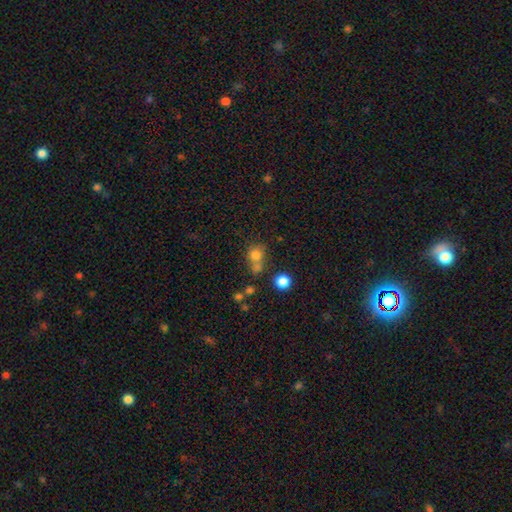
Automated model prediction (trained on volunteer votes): The model was most divided on "merging": none: 47%, merger: 37%, minor disturbance: 11%, major disturbance: 6%. More confident: how rounded — round (78%); smooth or featured — smooth (74%).